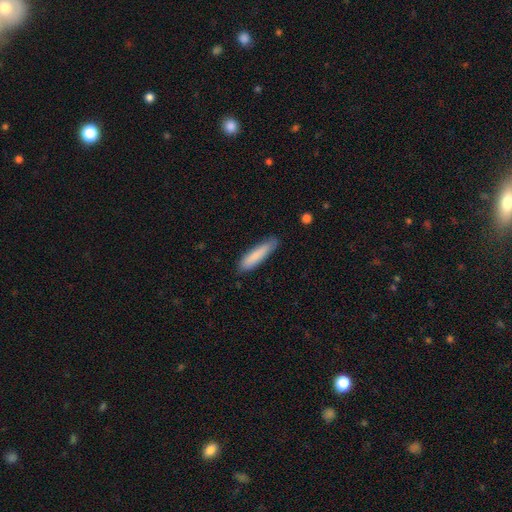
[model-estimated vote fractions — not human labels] This is clearly a smooth galaxy (84%). How rounded: clearly cigar-shaped (81%). Merging: clearly none (81%).